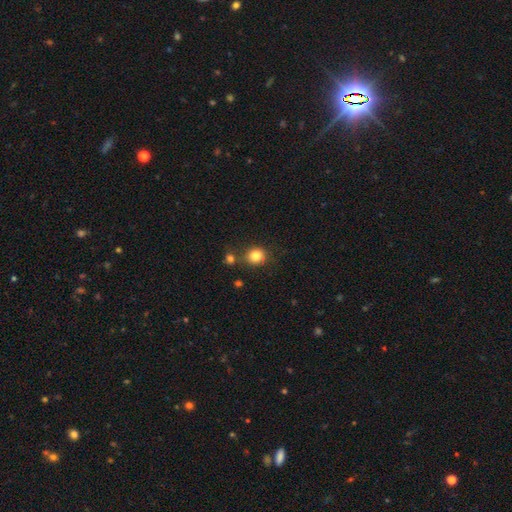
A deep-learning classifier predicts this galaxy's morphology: The model was most divided on "how rounded": round: 80%, in between: 19%, cigar-shaped: 1%. More confident: smooth or featured — smooth (83%); merging — none (74%).